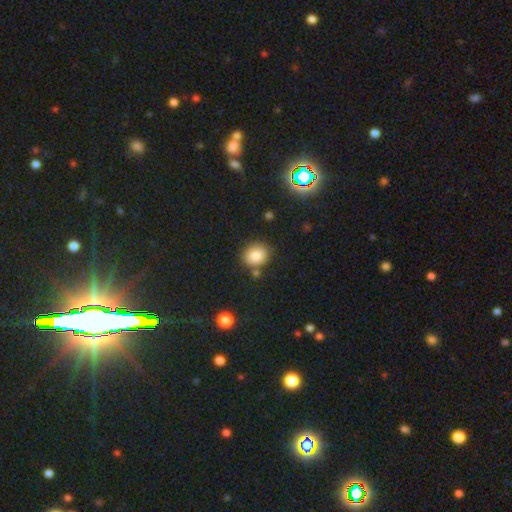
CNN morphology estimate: A smooth galaxy with no disk features (84%) that is round (66%).

Vote fractions:
- Smooth or featured? smooth: 84% / star or artifact: 10% / featured or disk: 6%
- How rounded? round: 66% / in between: 33% / cigar-shaped: 1%
- Merging? none: 77% / minor disturbance: 12% / merger: 7% / major disturbance: 3%